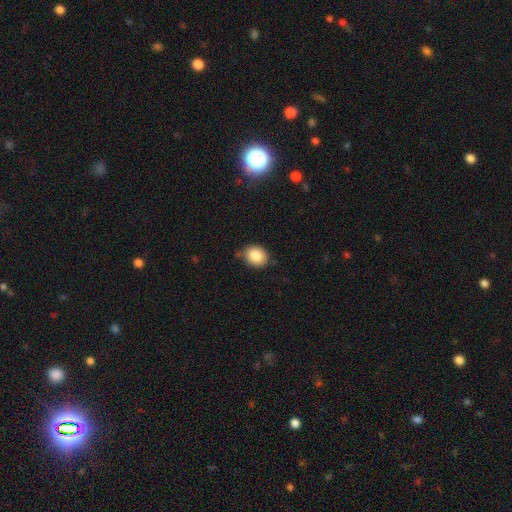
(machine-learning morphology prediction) Overall: smooth (86%). How rounded: round (56%; in between 43%). Merging: none (78%).